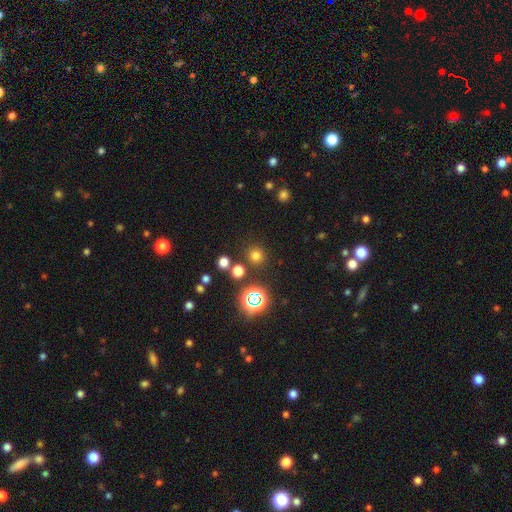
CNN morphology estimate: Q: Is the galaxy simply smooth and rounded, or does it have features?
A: smooth — 70%.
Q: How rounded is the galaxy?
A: round — 93%.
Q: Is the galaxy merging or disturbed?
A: none — 86%.